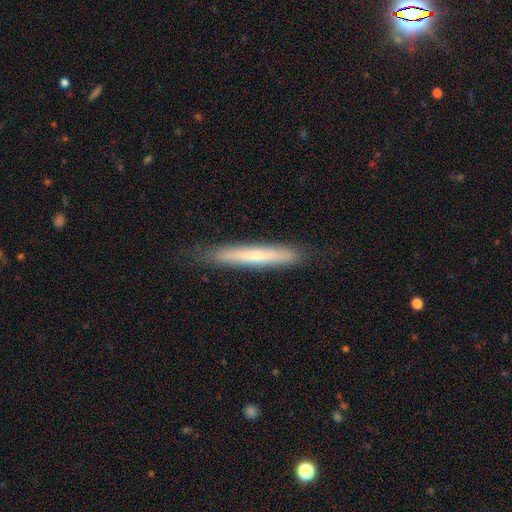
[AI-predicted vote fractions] smooth 59%, featured or disk 35%, star or artifact 6%. Down the decision tree: how rounded — cigar-shaped (96%); merging — none (85%).